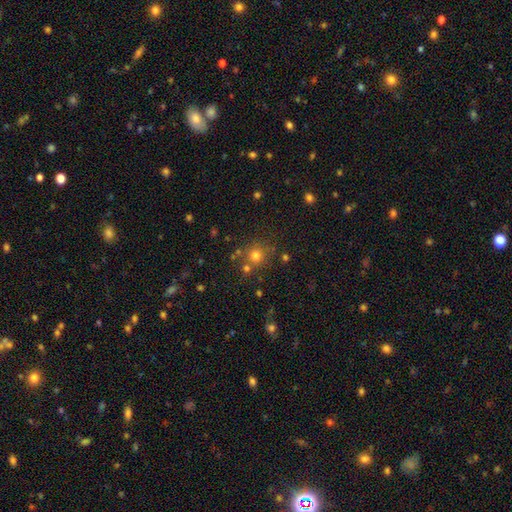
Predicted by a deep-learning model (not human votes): Overall: smooth (73%). How rounded: round (91%). Merging: none (74%).